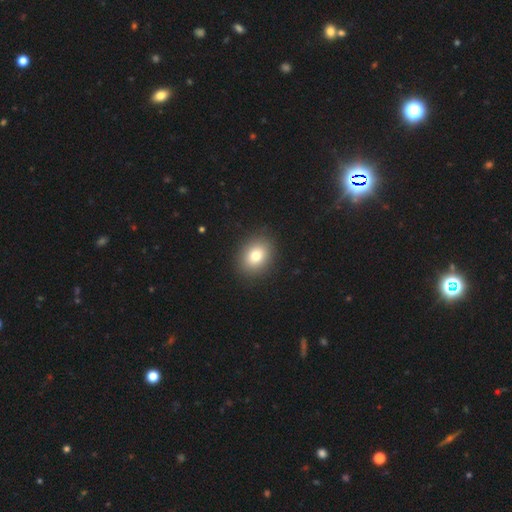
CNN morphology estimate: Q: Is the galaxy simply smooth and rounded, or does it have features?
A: smooth — 79%.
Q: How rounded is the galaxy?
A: in between — 55%.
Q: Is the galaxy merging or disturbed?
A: none — 90%.